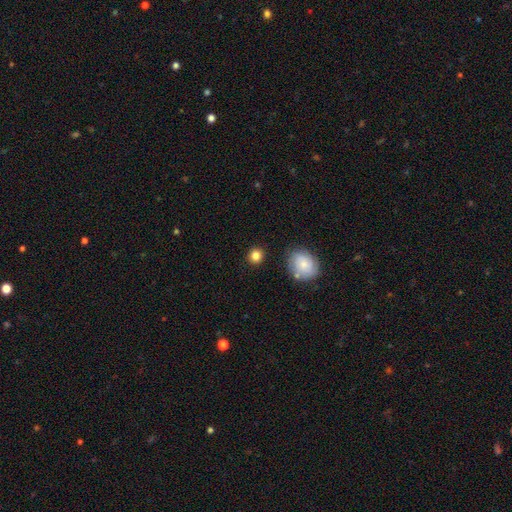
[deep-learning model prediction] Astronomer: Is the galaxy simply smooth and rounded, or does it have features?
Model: smooth — 84%.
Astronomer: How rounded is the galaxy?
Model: round — 86%.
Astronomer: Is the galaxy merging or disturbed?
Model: none — 87%.